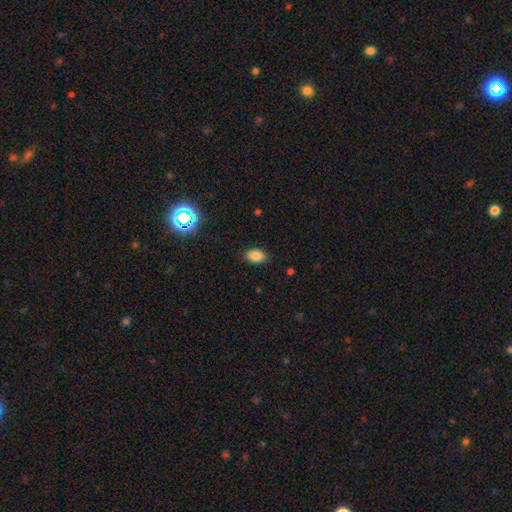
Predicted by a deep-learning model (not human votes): Smooth or featured? smooth (85%)
How rounded? in between (88%)
Merging? none (87%)